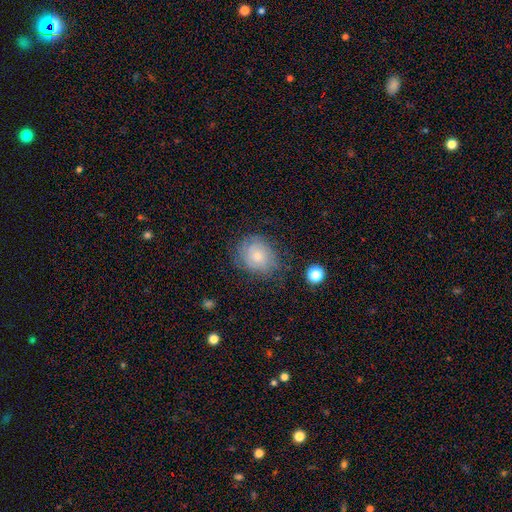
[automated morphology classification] smooth 51%, featured or disk 37%, star or artifact 12%. Down the decision tree: how rounded — round (66%); merging — none (71%).